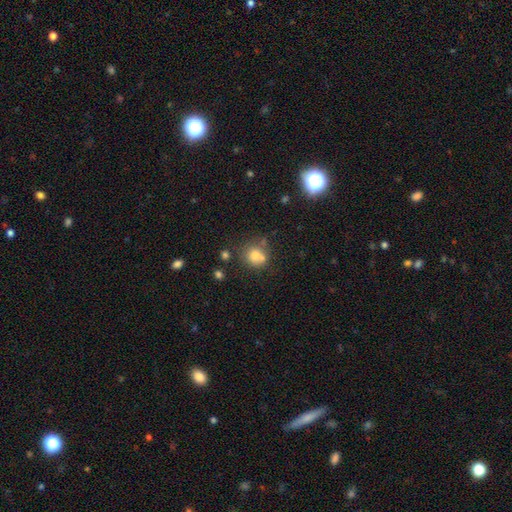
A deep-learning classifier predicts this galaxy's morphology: Smooth or featured? smooth (74%)
How rounded? round (84%)
Merging? none (54%)